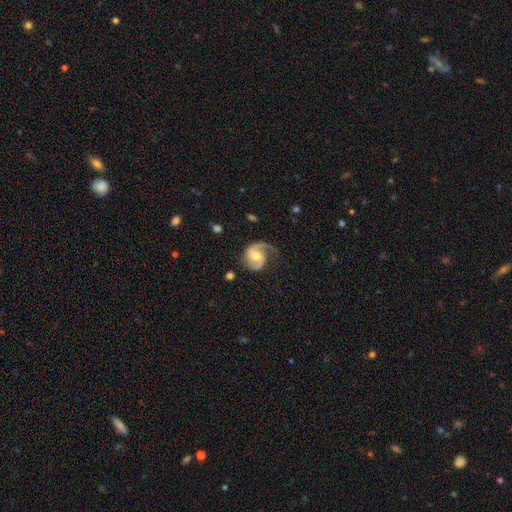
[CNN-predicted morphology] A featured or disk galaxy (87%) with no bar (52%), 2 (72%) medium (51%) spiral arms (97%) and a moderate central bulge (68%).

Vote fractions:
- Smooth or featured? featured or disk: 87% / smooth: 9% / star or artifact: 4%
- Edge-on disk? no: 98% / yes: 2%
- Bar? no: 52% / weak: 38% / strong: 10%
- Spiral arms? yes: 97% / no: 3%
- Spiral winding? medium: 51% / loose: 25% / tight: 24%
- Spiral arm count? 2: 72% / 1: 23% / can't tell: 3% / 3: 1% / 4: 1% / more than 4: 1%
- Bulge size? moderate: 68% / small: 25% / large: 5% / none: 2% / dominant: 1%
- Merging? none: 63% / minor disturbance: 21% / major disturbance: 14% / merger: 2%